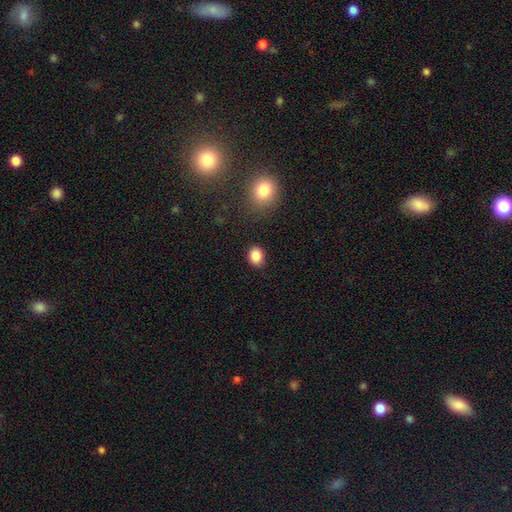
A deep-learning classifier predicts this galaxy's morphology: A smooth galaxy with no disk features (87%) that is in between round and cigar-shaped (52%). Merging: none (84%).